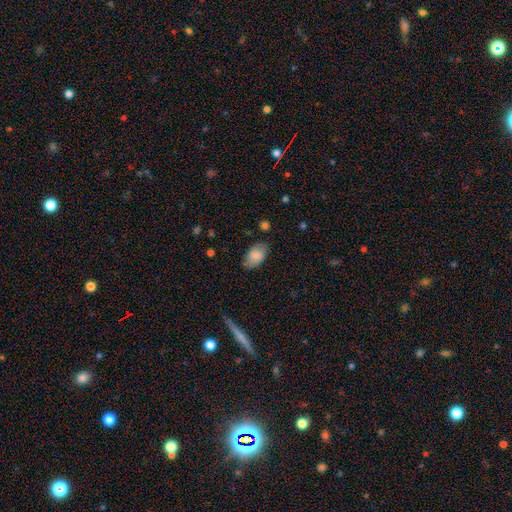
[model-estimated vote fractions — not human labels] This is clearly a smooth galaxy (81%). How rounded: clearly in between (93%). Merging: likely none (77%).